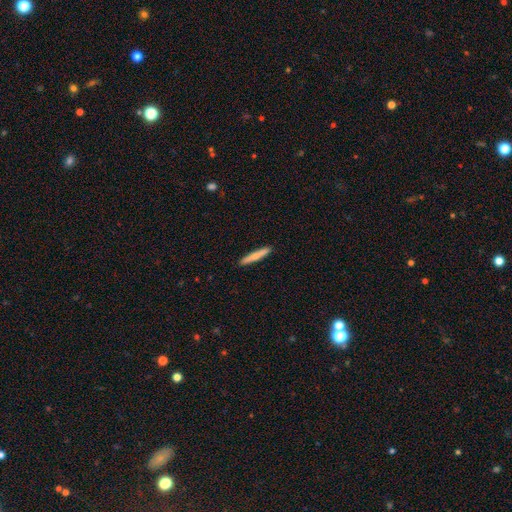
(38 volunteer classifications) A smooth galaxy with no disk features (61%) that is cigar-shaped (96%).

Vote fractions:
- Smooth or featured? smooth: 61% / featured or disk: 29% / star or artifact: 11%
- How rounded? cigar-shaped: 96% / in between: 4% / round: 0%
- Merging? none: 97% / minor disturbance: 3% / major disturbance: 0% / merger: 0%